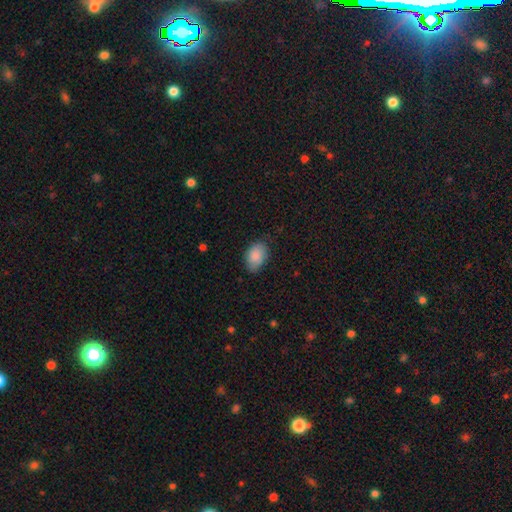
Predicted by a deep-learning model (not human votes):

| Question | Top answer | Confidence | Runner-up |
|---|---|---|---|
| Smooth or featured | smooth | 87% | star or artifact (6%) |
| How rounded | in between | 86% | round (13%) |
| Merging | none | 74% | minor disturbance (21%) |